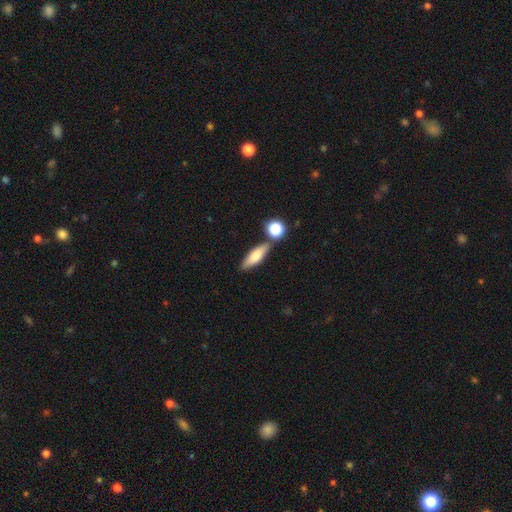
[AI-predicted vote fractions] Q: Smooth or featured?
A: smooth (67%); runner-up: featured or disk (25%)
Q: How rounded?
A: cigar-shaped (48%); runner-up: in between (47%)
Q: Merging?
A: none (71%); runner-up: merger (14%)